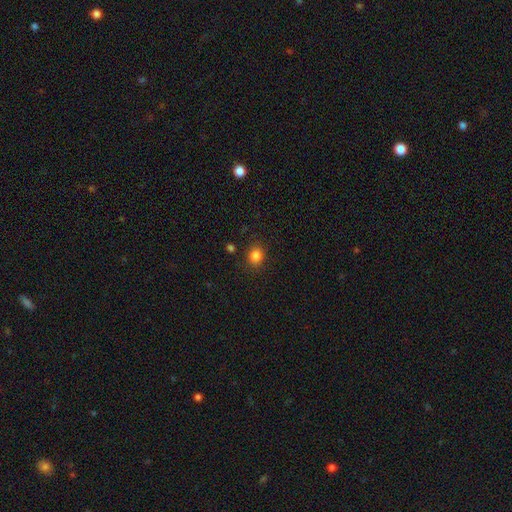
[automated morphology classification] smooth_or_featured: smooth (p=0.84) [alt: star or artifact p=0.12]
how_rounded: round (p=0.69) [alt: in between p=0.30]
merging: none (p=0.87) [alt: minor disturbance p=0.09]